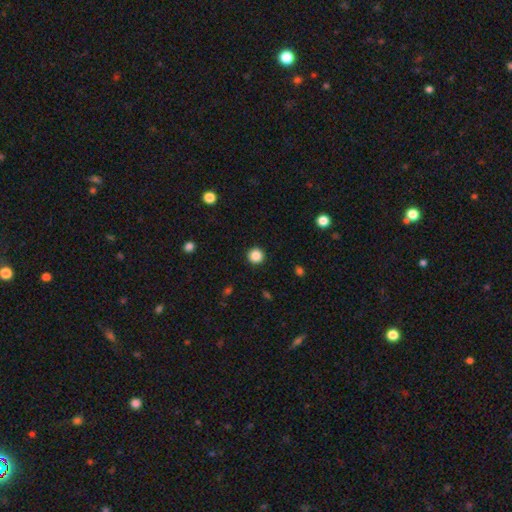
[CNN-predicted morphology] The model was most divided on "smooth or featured": smooth: 86%, star or artifact: 11%, featured or disk: 3%. More confident: how rounded — round (96%); merging — none (92%).